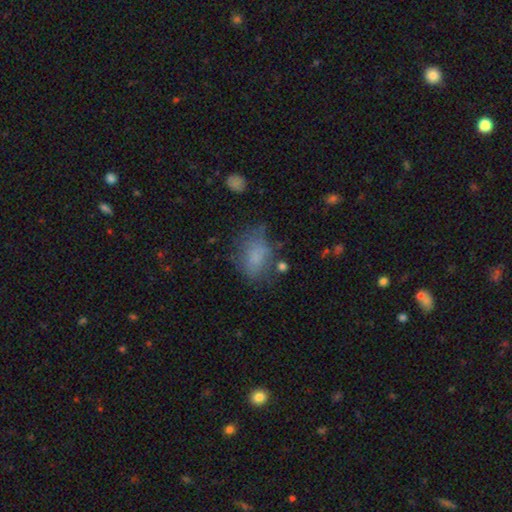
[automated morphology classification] Smooth or featured: smooth — 72% (featured or disk — 17%)
How rounded: in between — 74% (round — 24%)
Merging: none — 50% (minor disturbance — 28%)